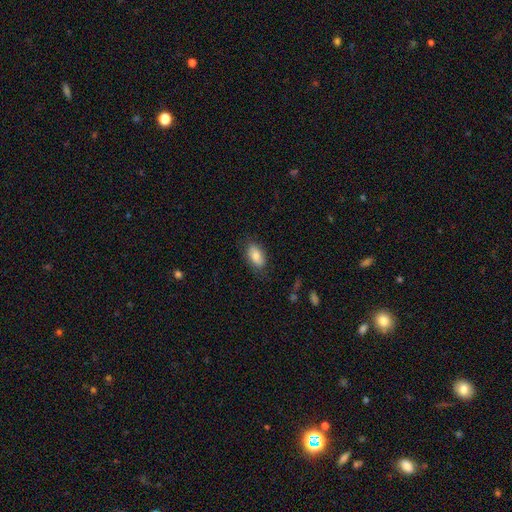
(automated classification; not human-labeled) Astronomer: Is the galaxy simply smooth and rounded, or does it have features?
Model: smooth — 82%.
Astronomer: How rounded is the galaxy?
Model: in between — 91%.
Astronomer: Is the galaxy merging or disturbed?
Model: none — 80%.